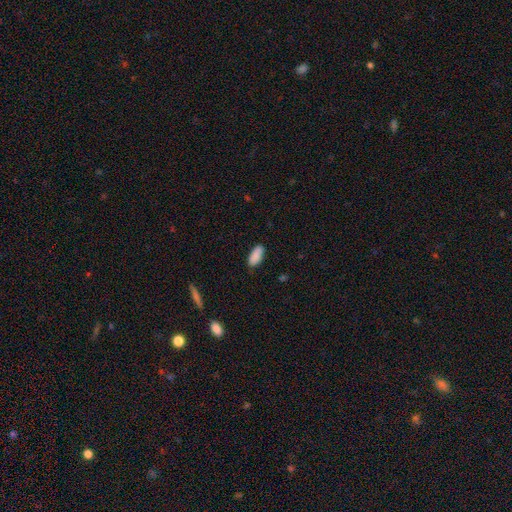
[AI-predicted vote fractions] smooth_or_featured: smooth (p=0.89) [alt: star or artifact p=0.07]
how_rounded: in between (p=0.88) [alt: cigar-shaped p=0.10]
merging: none (p=0.85) [alt: minor disturbance p=0.11]